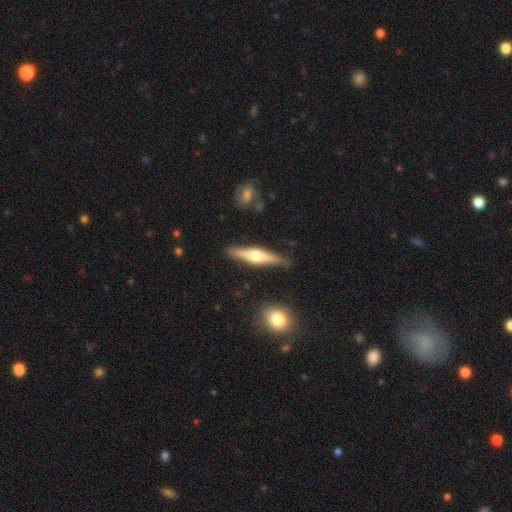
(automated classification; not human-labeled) This is likely a featured or disk galaxy (62%). It is clearly viewed edge-on (96%). Edge-on bulge: clearly rounded (91%). Merging: clearly none (85%).